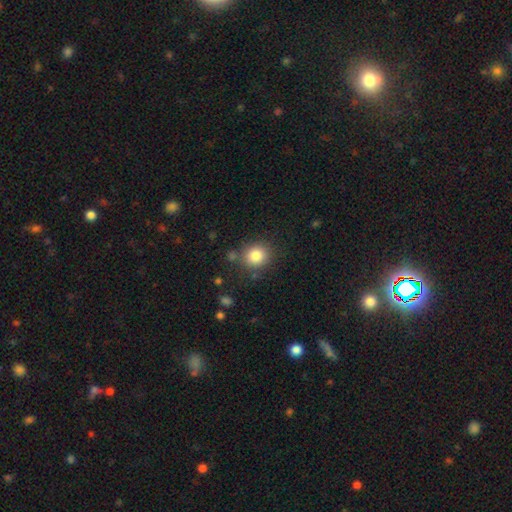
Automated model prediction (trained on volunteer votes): This is clearly a smooth galaxy (84%). How rounded: clearly round (84%). Merging: clearly none (81%).